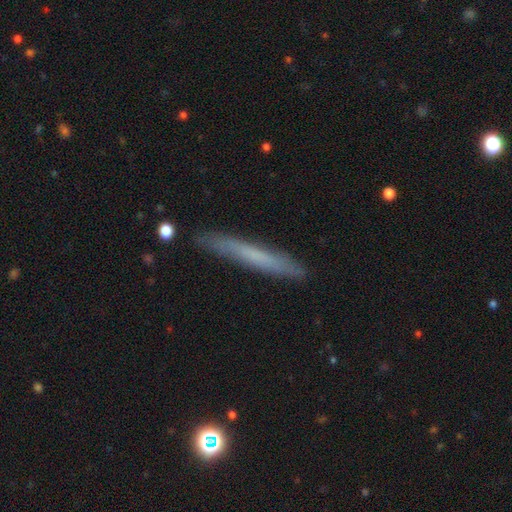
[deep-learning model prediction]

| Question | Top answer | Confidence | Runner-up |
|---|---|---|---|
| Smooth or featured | smooth | 57% | featured or disk (35%) |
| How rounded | cigar-shaped | 96% | in between (3%) |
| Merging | none | 85% | minor disturbance (11%) |